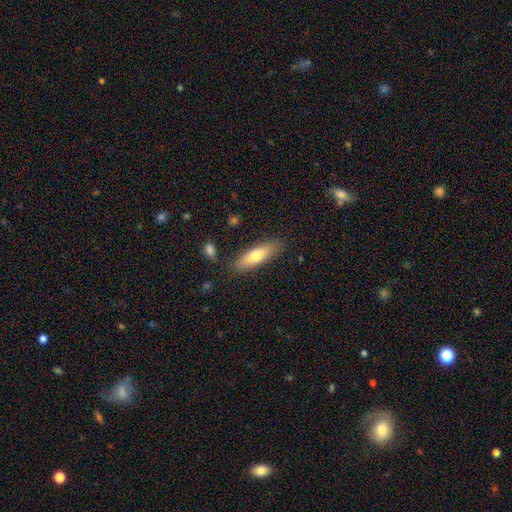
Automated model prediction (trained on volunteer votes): Smooth or featured? Predicted: smooth (p=0.69). How rounded? Predicted: cigar-shaped (p=0.57). Merging? Predicted: none (p=0.84).